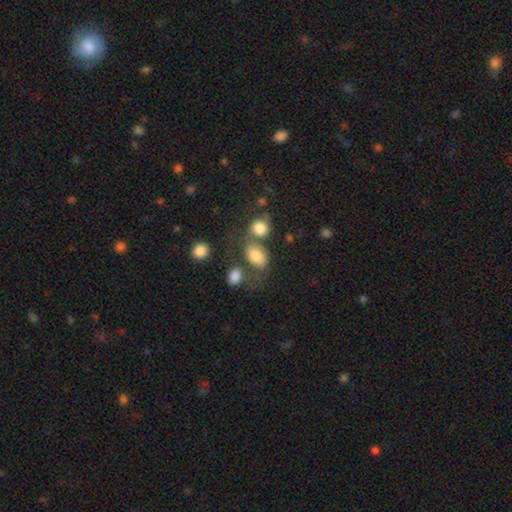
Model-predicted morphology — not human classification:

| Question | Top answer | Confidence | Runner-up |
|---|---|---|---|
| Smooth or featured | smooth | 80% | featured or disk (10%) |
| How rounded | in between | 76% | round (23%) |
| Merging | none | 46% | merger (30%) |